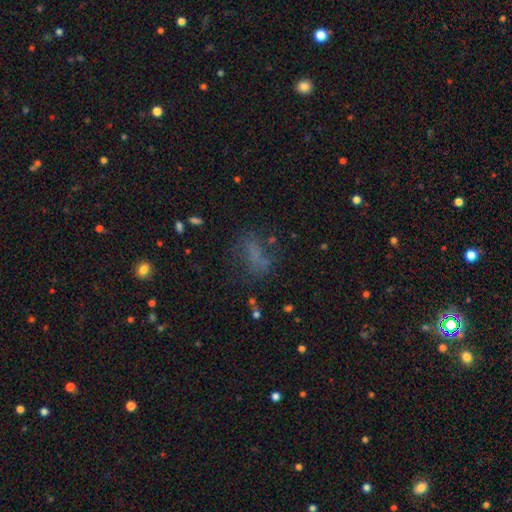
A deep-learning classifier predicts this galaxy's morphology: Q: Smooth or featured?
A: smooth (56%); runner-up: star or artifact (24%)
Q: How rounded?
A: in between (73%); runner-up: cigar-shaped (14%)
Q: Merging?
A: none (55%); runner-up: major disturbance (20%)